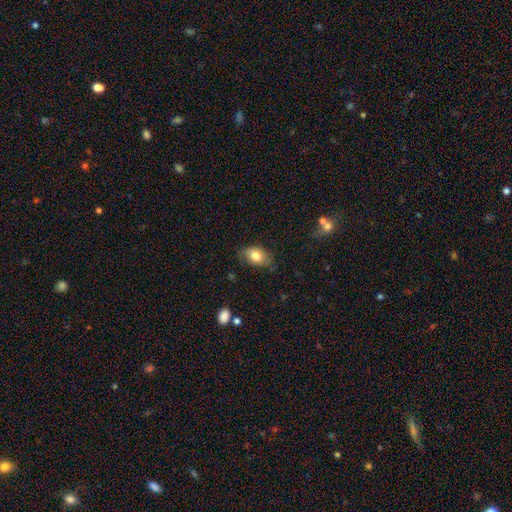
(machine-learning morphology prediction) smooth_or_featured: smooth (p=0.79) [alt: featured or disk p=0.13]
how_rounded: in between (p=0.85) [alt: round p=0.14]
merging: none (p=0.73) [alt: minor disturbance p=0.21]